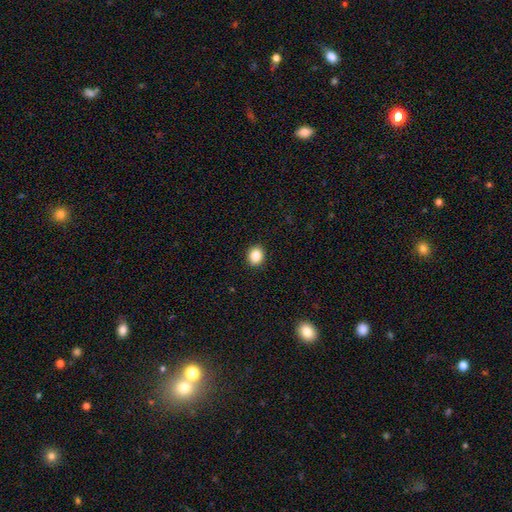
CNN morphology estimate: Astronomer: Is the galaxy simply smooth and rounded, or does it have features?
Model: smooth — 86%.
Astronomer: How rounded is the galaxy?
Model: round — 70%.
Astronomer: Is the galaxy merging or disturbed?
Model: none — 92%.